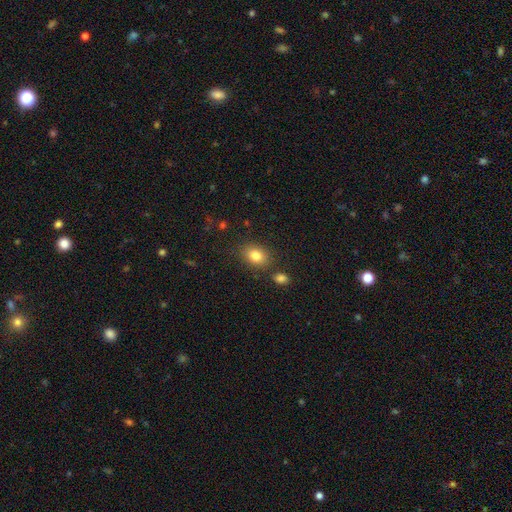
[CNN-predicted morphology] type=smooth (83%); roundness=in between (68%); merging=none (80%).